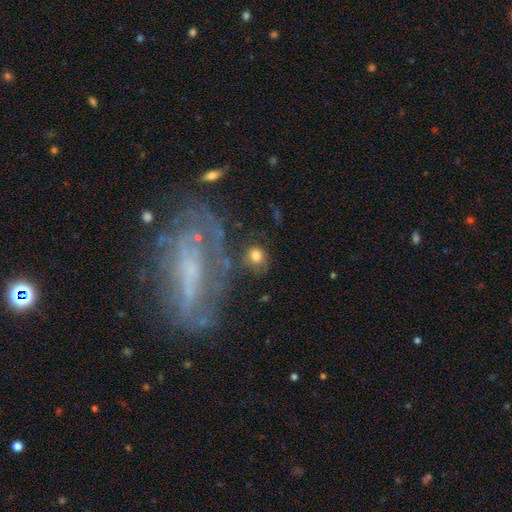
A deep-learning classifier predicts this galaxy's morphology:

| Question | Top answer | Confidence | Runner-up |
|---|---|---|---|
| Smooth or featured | smooth | 76% | featured or disk (14%) |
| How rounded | round | 86% | in between (13%) |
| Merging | none | 74% | minor disturbance (12%) |